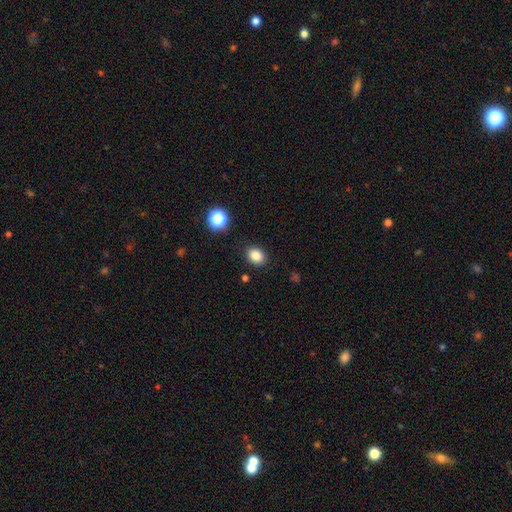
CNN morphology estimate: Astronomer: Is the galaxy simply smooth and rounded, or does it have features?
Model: smooth — 85%.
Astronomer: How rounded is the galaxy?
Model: in between — 57% (runner-up: round, 42%).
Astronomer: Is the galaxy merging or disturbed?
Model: none — 87%.